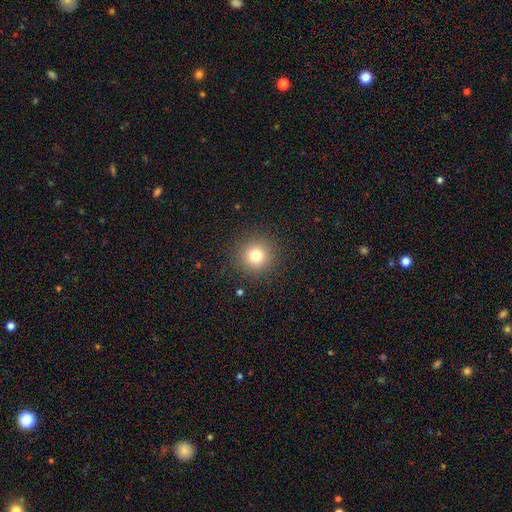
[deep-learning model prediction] smooth-or-featured: smooth: 79% | star or artifact: 13% | featured or disk: 8%
  how-rounded: round: 94% | in between: 5% | cigar-shaped: 1%
  merging: none: 90% | minor disturbance: 6% | major disturbance: 3% | merger: 1%